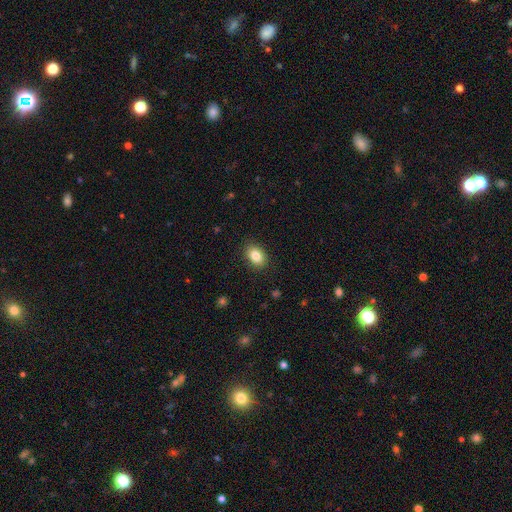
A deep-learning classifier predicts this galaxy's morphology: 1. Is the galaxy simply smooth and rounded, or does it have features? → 85% smooth, 8% star or artifact, 6% featured or disk.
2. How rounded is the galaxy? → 80% in between, 19% round, 1% cigar-shaped.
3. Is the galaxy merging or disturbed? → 88% none, 9% minor disturbance, 2% major disturbance, 1% merger.